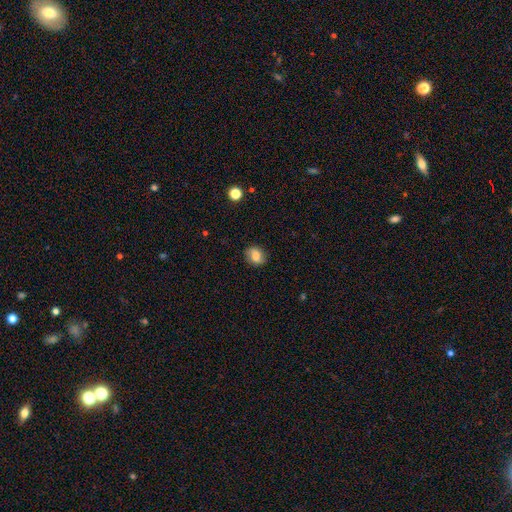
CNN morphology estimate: smooth-or-featured: smooth: 69% | featured or disk: 21% | star or artifact: 10%
  how-rounded: round: 54% | in between: 45% | cigar-shaped: 1%
  merging: none: 85% | minor disturbance: 11% | major disturbance: 3% | merger: 1%